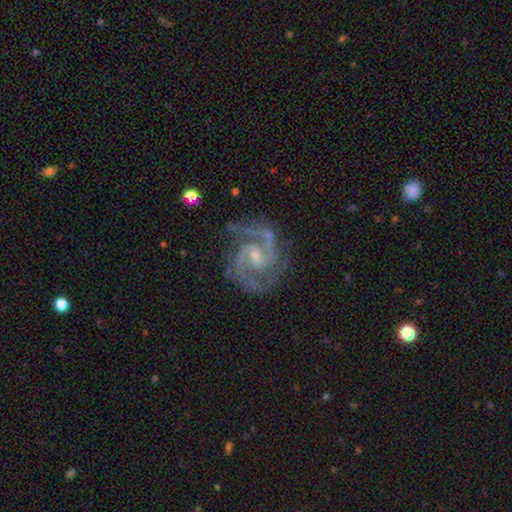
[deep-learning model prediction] smooth-or-featured: featured or disk: 93% | star or artifact: 4% | smooth: 2%
  disk-edge-on: no: 98% | yes: 2%
    bar: weak: 50% | no: 37% | strong: 13%
    has-spiral-arms: yes: 99% | no: 1%
      spiral-winding: medium: 56% | tight: 37% | loose: 7%
      spiral-arm-count: 2: 79% | 3: 12% | can't tell: 3% | 4: 2% | 1: 2% | more than 4: 2%
    bulge-size: small: 62% | moderate: 31% | none: 4% | large: 1% | dominant: 1%
  merging: none: 72% | minor disturbance: 18% | major disturbance: 7% | merger: 2%